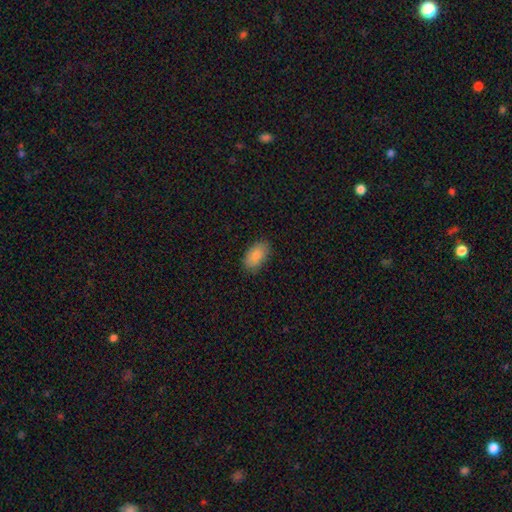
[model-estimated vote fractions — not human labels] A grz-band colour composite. It shows a smooth galaxy with no disk features (87%) that is in between round and cigar-shaped (94%). Merging: none (85%).